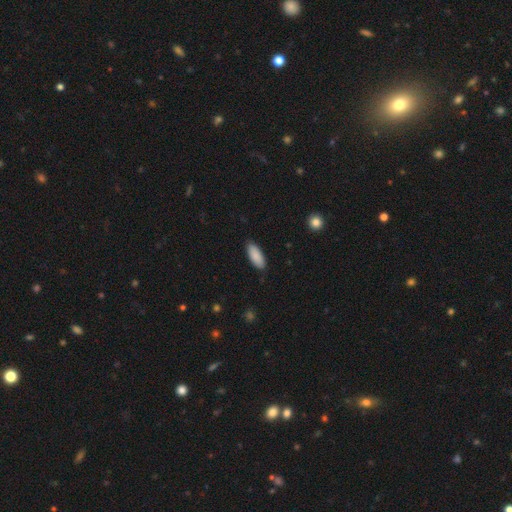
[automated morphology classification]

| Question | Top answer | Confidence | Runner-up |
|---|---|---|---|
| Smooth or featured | smooth | 89% | star or artifact (6%) |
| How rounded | in between | 81% | cigar-shaped (18%) |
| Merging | none | 87% | minor disturbance (10%) |